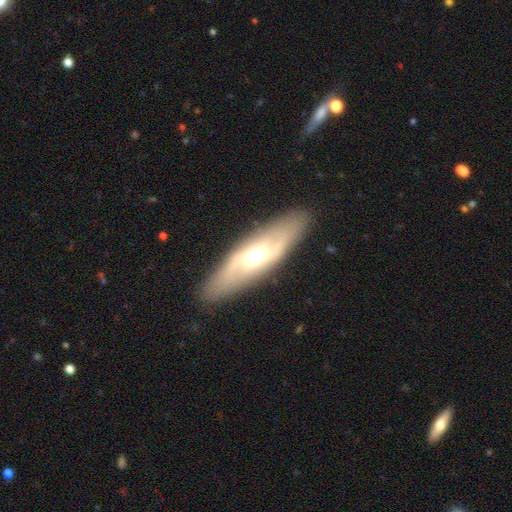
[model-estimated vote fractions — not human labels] A featured or disk galaxy (64%). Merging: none (88%).